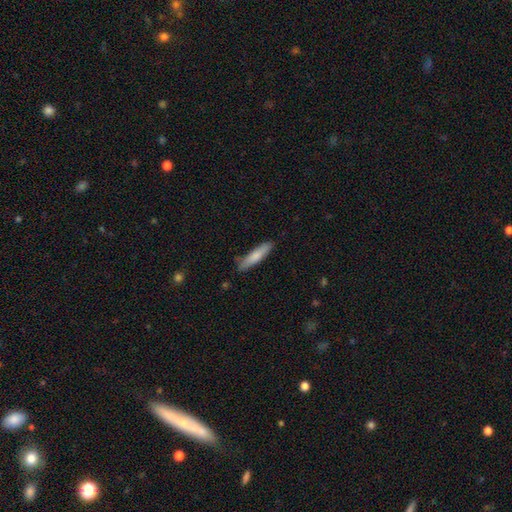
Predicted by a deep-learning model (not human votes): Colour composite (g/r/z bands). It shows a smooth galaxy with no disk features (77%) that is cigar-shaped (84%). Merging: none (85%).